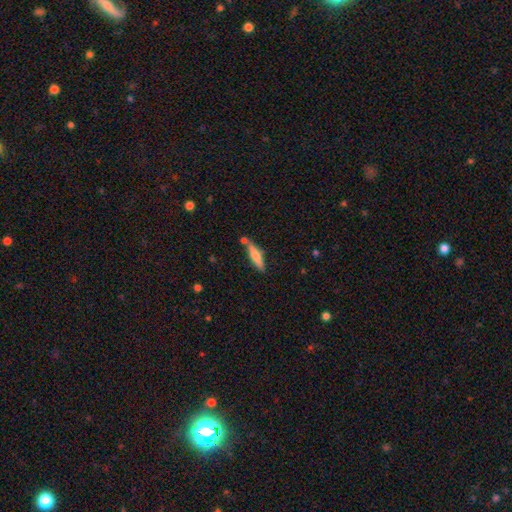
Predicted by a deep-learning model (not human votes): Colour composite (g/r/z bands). It shows a smooth galaxy with no disk features (62%) that is cigar-shaped (81%). Merging: none (69%).